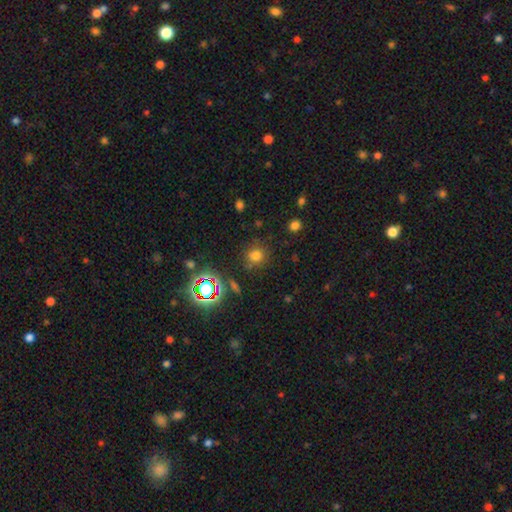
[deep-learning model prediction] Q: Smooth or featured?
A: smooth (66%); runner-up: star or artifact (26%)
Q: How rounded?
A: round (84%); runner-up: in between (15%)
Q: Merging?
A: none (79%); runner-up: minor disturbance (13%)